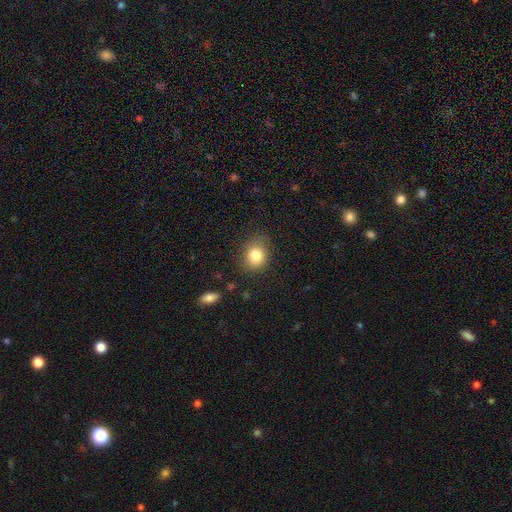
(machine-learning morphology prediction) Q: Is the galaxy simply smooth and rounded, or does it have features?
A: smooth — 82%.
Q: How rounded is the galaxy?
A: round — 52%.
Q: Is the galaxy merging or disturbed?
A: none — 76%.